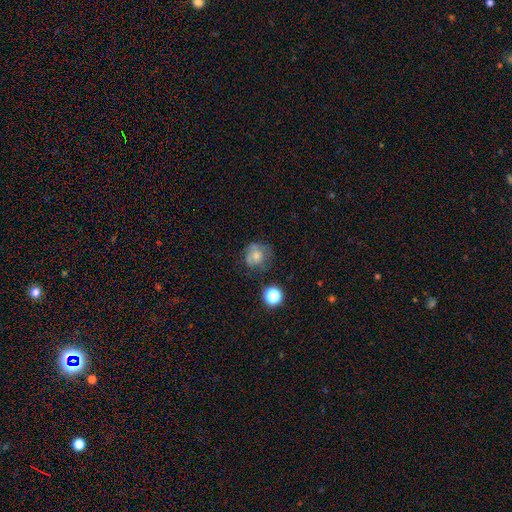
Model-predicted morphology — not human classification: Smooth or featured? Predicted: smooth (p=0.62). How rounded? Predicted: round (p=0.80). Merging? Predicted: none (p=0.52).